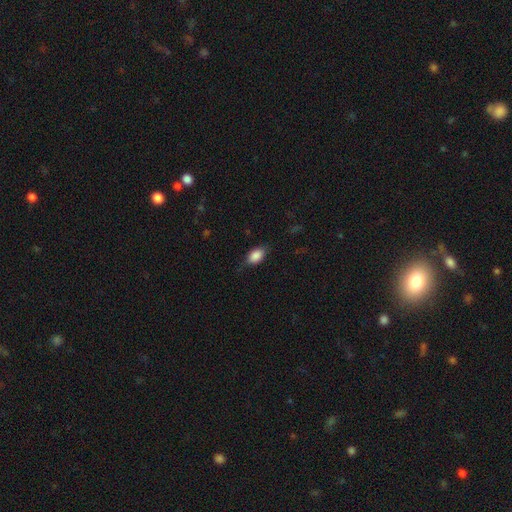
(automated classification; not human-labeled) Q: Smooth or featured?
A: smooth (86%); runner-up: star or artifact (8%)
Q: How rounded?
A: in between (86%); runner-up: round (11%)
Q: Merging?
A: none (73%); runner-up: minor disturbance (20%)